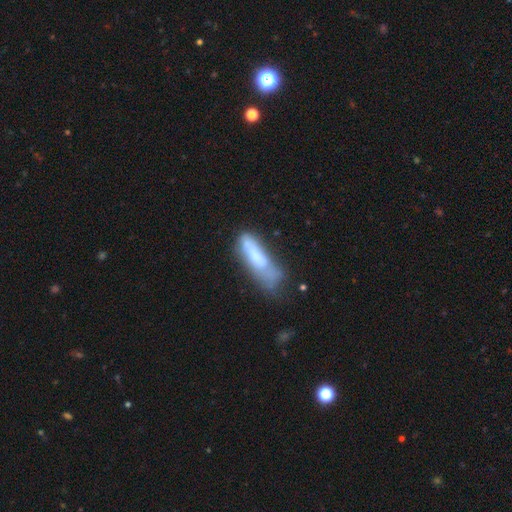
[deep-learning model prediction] A smooth galaxy with no disk features (63%) that is cigar-shaped (67%).

Vote fractions:
- Smooth or featured? smooth: 63% / featured or disk: 29% / star or artifact: 8%
- How rounded? cigar-shaped: 67% / in between: 31% / round: 2%
- Merging? none: 33% / minor disturbance: 31% / major disturbance: 25% / merger: 11%